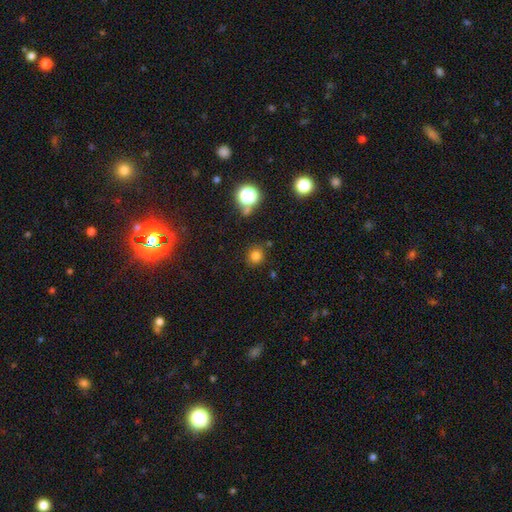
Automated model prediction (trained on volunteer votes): Smooth or featured? smooth (78%)
How rounded? round (88%)
Merging? none (84%)